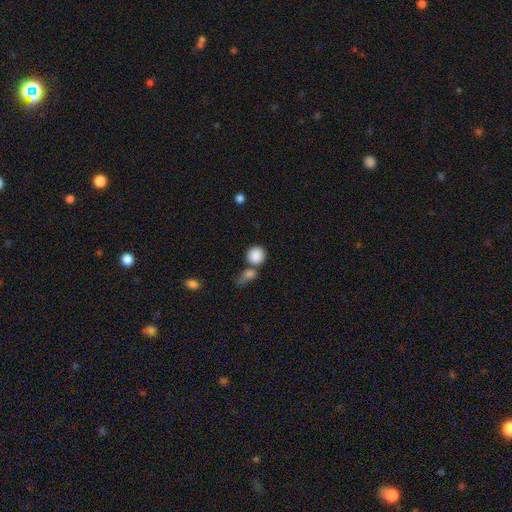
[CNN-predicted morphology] This appears to be a smooth galaxy with no disk features (87%) that is round (87%). Merging: none (59%).